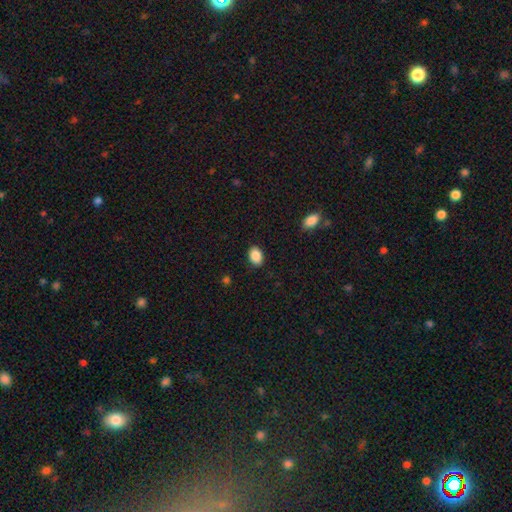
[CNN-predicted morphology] Smooth or featured? smooth (89%)
How rounded? in between (82%)
Merging? none (88%)